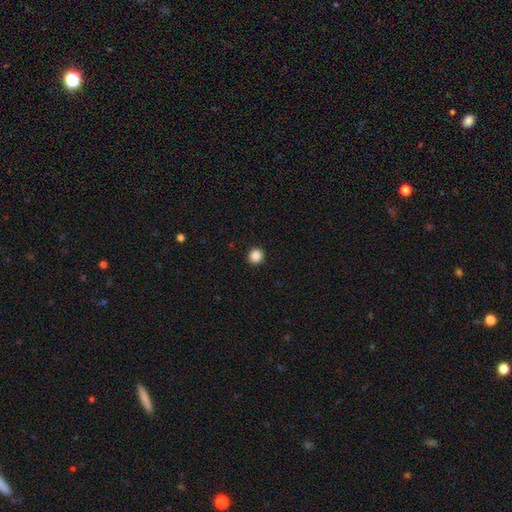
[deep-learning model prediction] A smooth galaxy with no disk features (87%) that is round (93%). Merging: none (93%).